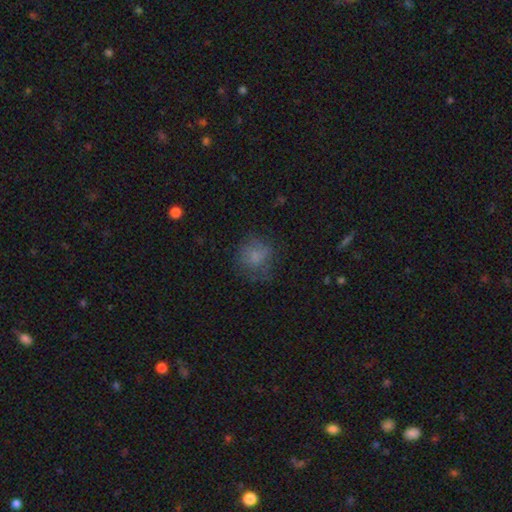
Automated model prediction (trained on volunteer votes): Overall: smooth (69%). How rounded: round (78%). Merging: none (59%; minor disturbance 23%).